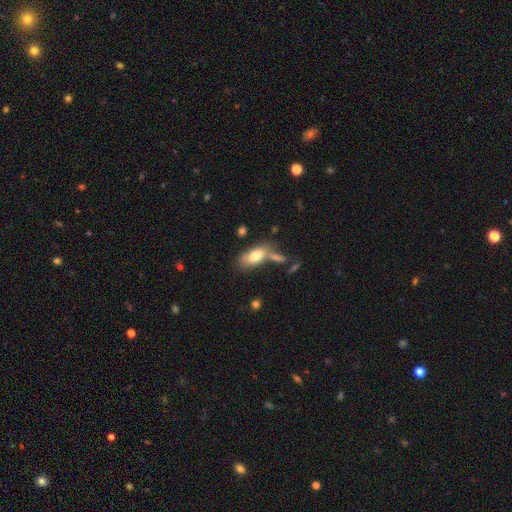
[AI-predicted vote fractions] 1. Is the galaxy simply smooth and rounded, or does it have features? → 76% smooth, 17% featured or disk, 7% star or artifact.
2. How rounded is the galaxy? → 87% in between, 10% cigar-shaped, 4% round.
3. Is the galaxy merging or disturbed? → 52% none, 23% merger, 18% minor disturbance, 7% major disturbance.